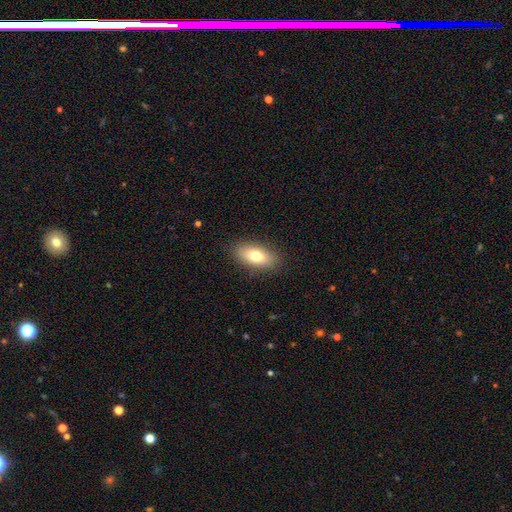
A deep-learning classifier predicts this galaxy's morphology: Smooth or featured?
  - smooth: 76% *
  - featured or disk: 17%
  - star or artifact: 7%
How rounded?
  - in between: 86% *
  - cigar-shaped: 9%
  - round: 4%
Merging?
  - none: 87% *
  - minor disturbance: 9%
  - major disturbance: 3%
  - merger: 1%